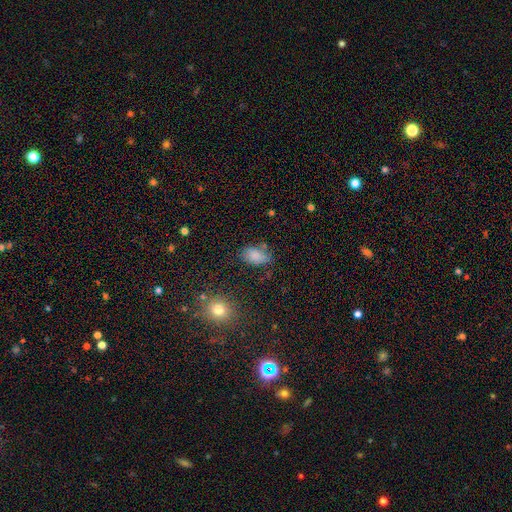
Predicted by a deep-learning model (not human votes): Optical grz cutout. It shows a smooth galaxy with no disk features (81%) that is in between round and cigar-shaped (89%). Merging: none (63%).